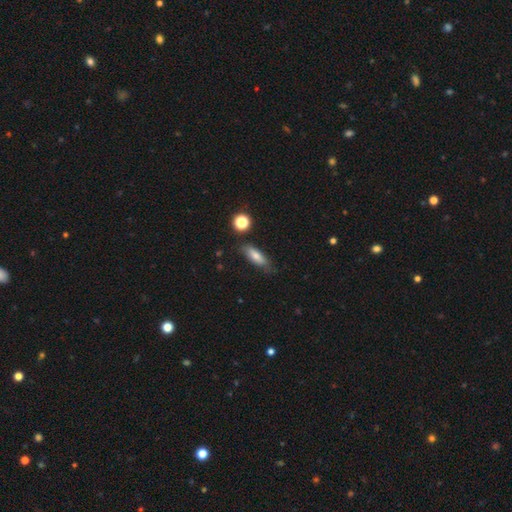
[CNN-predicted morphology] The model was most divided on "how rounded": in between: 53%, cigar-shaped: 44%, round: 3%. More confident: merging — none (75%); smooth or featured — smooth (75%).